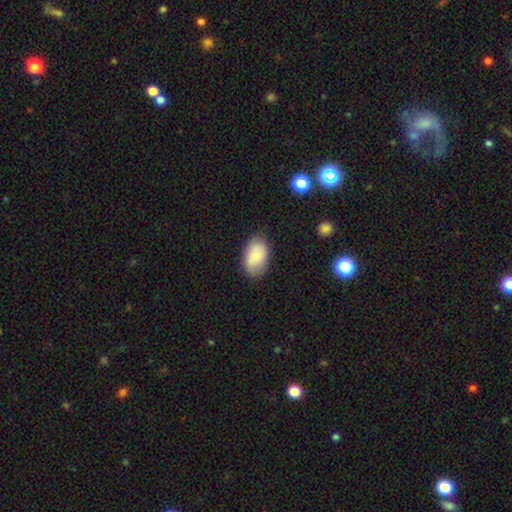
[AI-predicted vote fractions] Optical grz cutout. It shows a smooth galaxy with no disk features (80%) that is in between round and cigar-shaped (88%). Merging: none (79%).